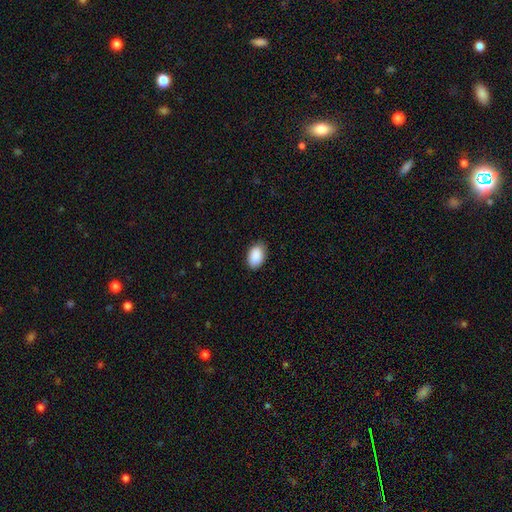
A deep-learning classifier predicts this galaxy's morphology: Q: Smooth or featured?
A: smooth (90%); runner-up: star or artifact (6%)
Q: How rounded?
A: in between (90%); runner-up: round (8%)
Q: Merging?
A: none (84%); runner-up: minor disturbance (13%)